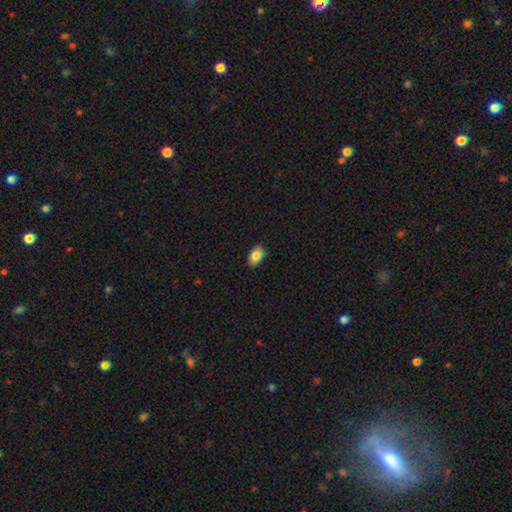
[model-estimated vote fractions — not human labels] smooth_or_featured: smooth (p=0.86) [alt: star or artifact p=0.08]
how_rounded: in between (p=0.89) [alt: round p=0.09]
merging: none (p=0.84) [alt: minor disturbance p=0.13]